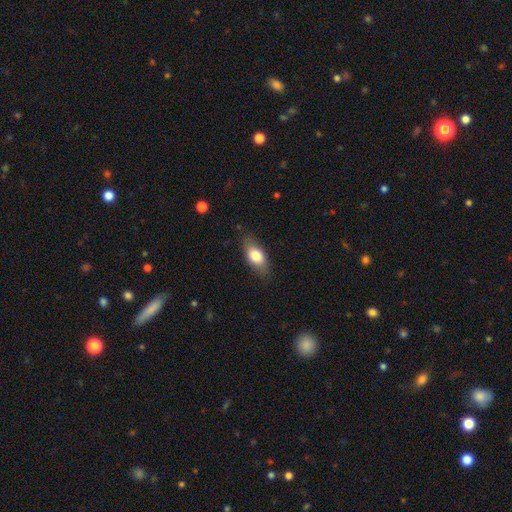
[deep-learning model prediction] Q: Smooth or featured?
A: smooth (77%); runner-up: featured or disk (16%)
Q: How rounded?
A: in between (84%); runner-up: cigar-shaped (10%)
Q: Merging?
A: none (81%); runner-up: minor disturbance (14%)